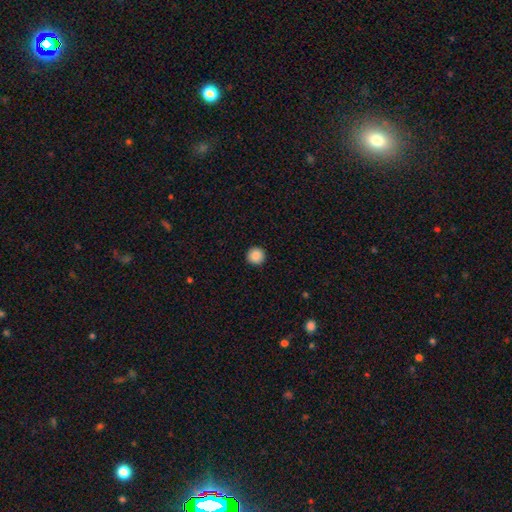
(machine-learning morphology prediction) This is clearly a smooth galaxy (89%). How rounded: clearly round (96%). Merging: clearly none (93%).